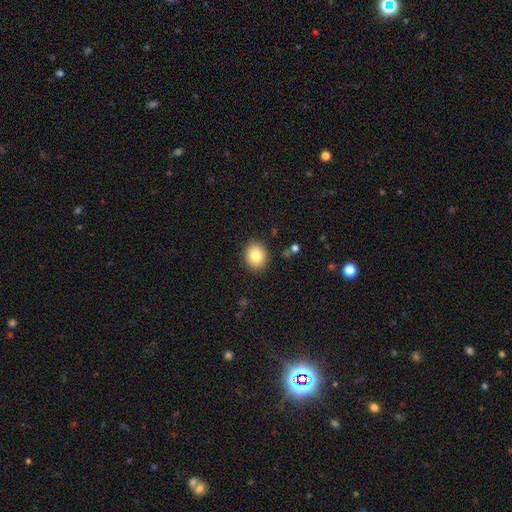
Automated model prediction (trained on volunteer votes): A smooth galaxy with no disk features (82%) that is round (60%).

Vote fractions:
- Smooth or featured? smooth: 82% / star or artifact: 9% / featured or disk: 9%
- How rounded? round: 60% / in between: 39% / cigar-shaped: 1%
- Merging? none: 89% / minor disturbance: 8% / major disturbance: 2% / merger: 1%